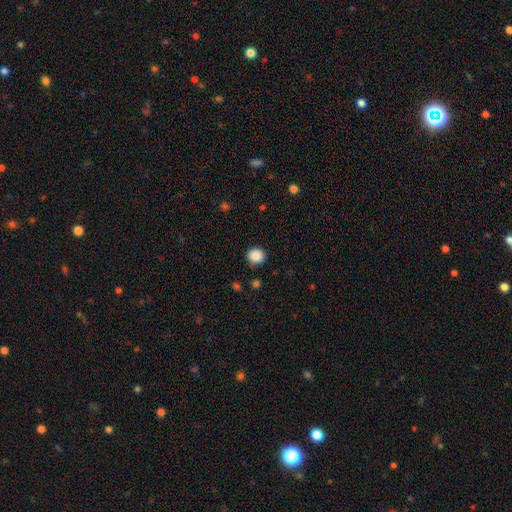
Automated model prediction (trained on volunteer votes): Smooth or featured? smooth (88%)
How rounded? round (83%)
Merging? none (88%)